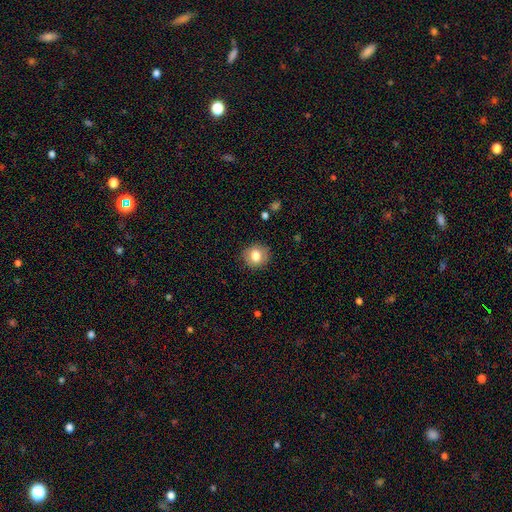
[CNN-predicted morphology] A smooth galaxy with no disk features (80%) that is round (86%). Merging: none (89%).